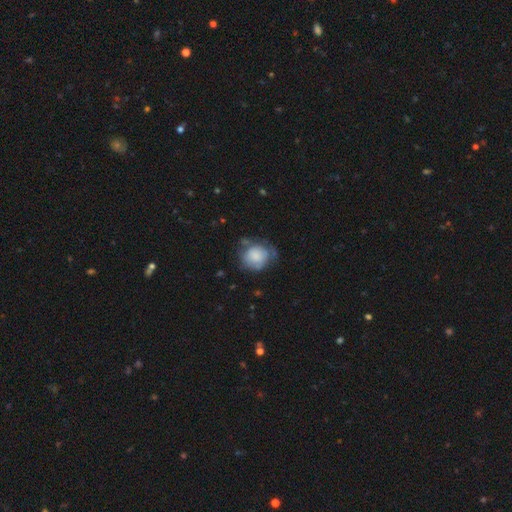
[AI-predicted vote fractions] This appears to be a smooth galaxy with no disk features (68%) that is round (73%). Merging: none (43%).